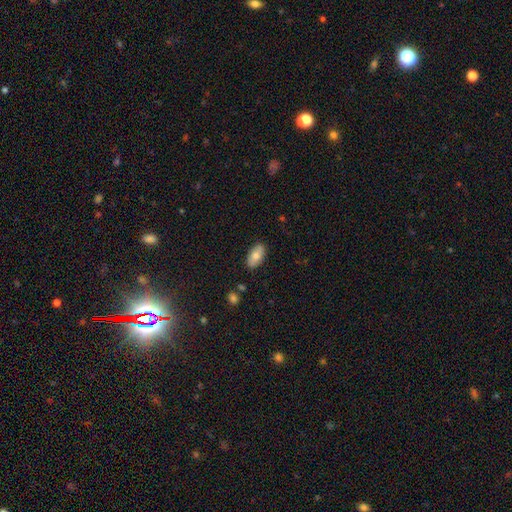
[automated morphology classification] type=smooth (76%); roundness=in between (94%); merging=none (86%).